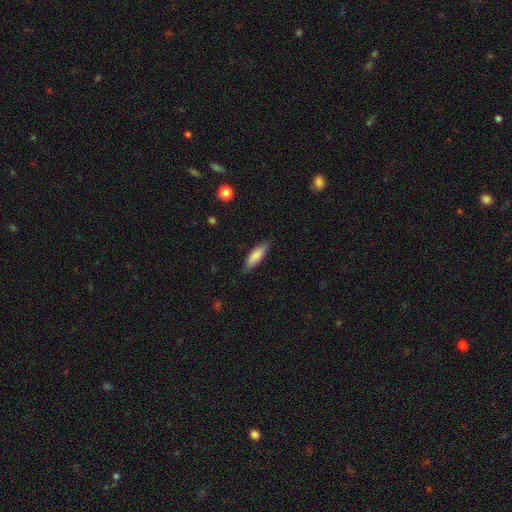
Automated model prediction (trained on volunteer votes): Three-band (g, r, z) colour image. It shows a smooth galaxy with no disk features (81%) that is cigar-shaped (53%). Merging: none (83%).